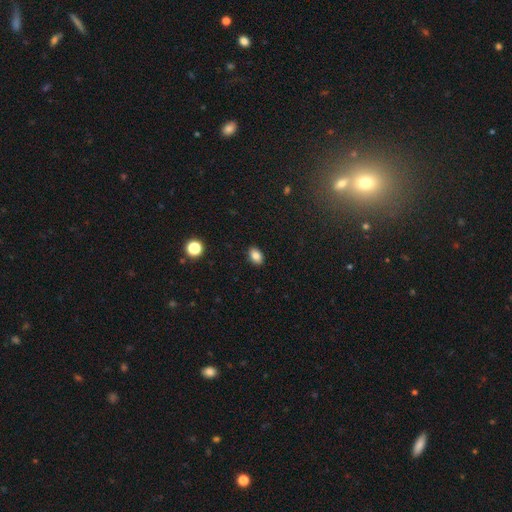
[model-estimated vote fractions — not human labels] Q: Smooth or featured?
A: smooth (84%); runner-up: star or artifact (10%)
Q: How rounded?
A: in between (85%); runner-up: round (13%)
Q: Merging?
A: none (89%); runner-up: minor disturbance (8%)